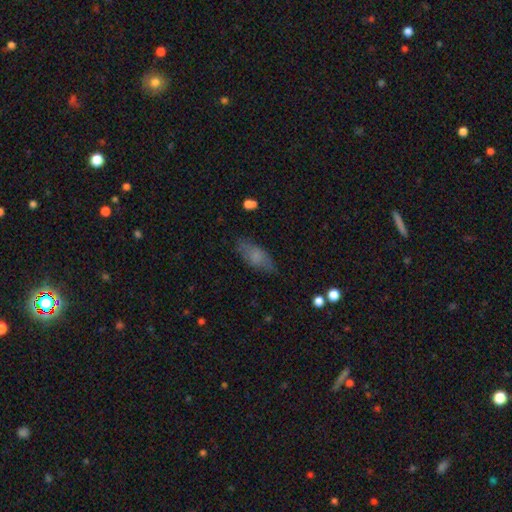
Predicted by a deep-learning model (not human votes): smooth 72%, featured or disk 19%, star or artifact 9%. Down the decision tree: how rounded — in between (78%); merging — none (75%).